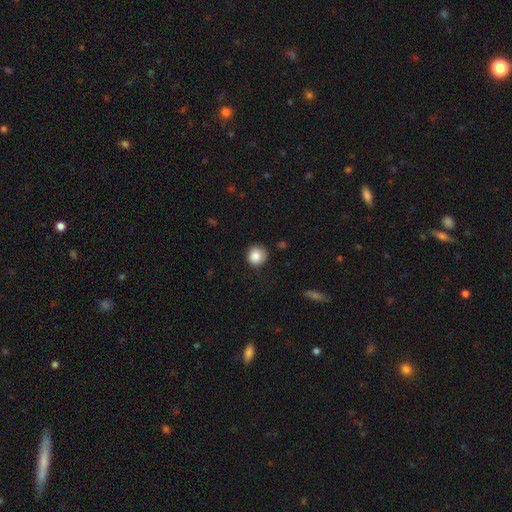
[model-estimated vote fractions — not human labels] smooth-or-featured: smooth: 85% | star or artifact: 9% | featured or disk: 6%
  how-rounded: round: 90% | in between: 9% | cigar-shaped: 1%
  merging: none: 69% | minor disturbance: 23% | major disturbance: 6% | merger: 2%